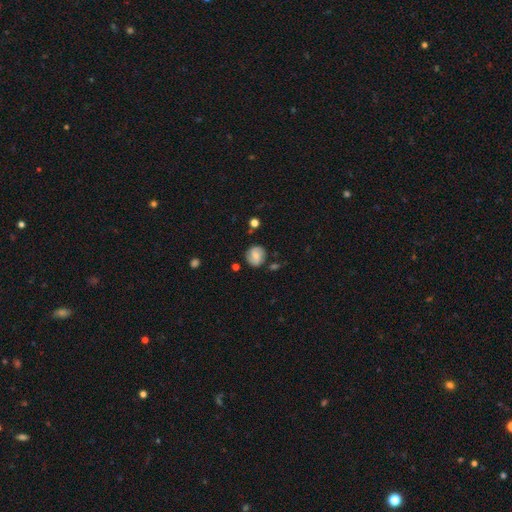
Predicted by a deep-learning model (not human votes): Q: Smooth or featured?
A: smooth (52%); runner-up: featured or disk (39%)
Q: How rounded?
A: round (81%); runner-up: in between (18%)
Q: Merging?
A: none (77%); runner-up: minor disturbance (16%)